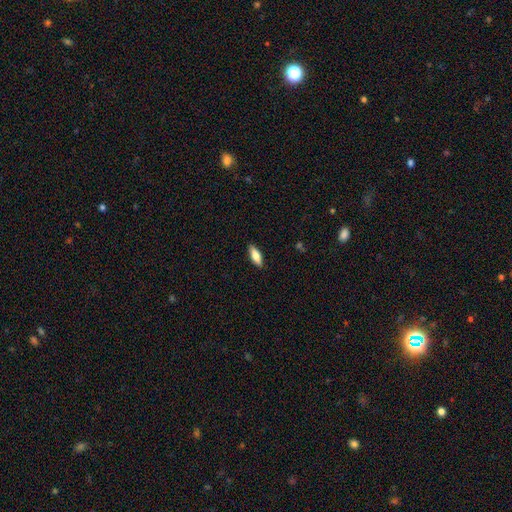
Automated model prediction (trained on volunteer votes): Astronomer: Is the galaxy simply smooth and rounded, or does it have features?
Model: smooth — 80%.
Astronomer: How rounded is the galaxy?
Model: in between — 67%.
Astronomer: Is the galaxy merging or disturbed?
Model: none — 89%.